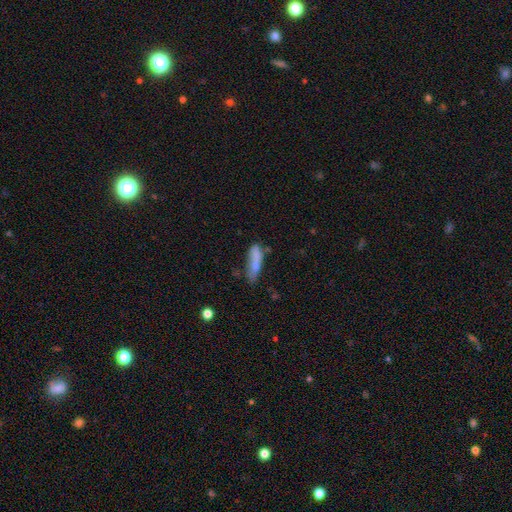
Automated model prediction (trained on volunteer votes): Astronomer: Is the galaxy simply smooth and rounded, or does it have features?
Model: smooth — 71%.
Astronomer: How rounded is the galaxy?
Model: cigar-shaped — 71%.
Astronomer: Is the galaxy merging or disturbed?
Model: none — 49% (runner-up: minor disturbance, 29%).